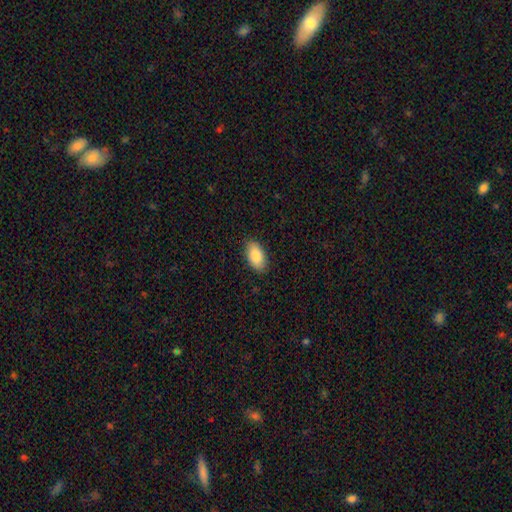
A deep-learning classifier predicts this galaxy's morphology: Q: Smooth or featured?
A: smooth (85%); runner-up: featured or disk (9%)
Q: How rounded?
A: in between (94%); runner-up: round (3%)
Q: Merging?
A: none (88%); runner-up: minor disturbance (9%)